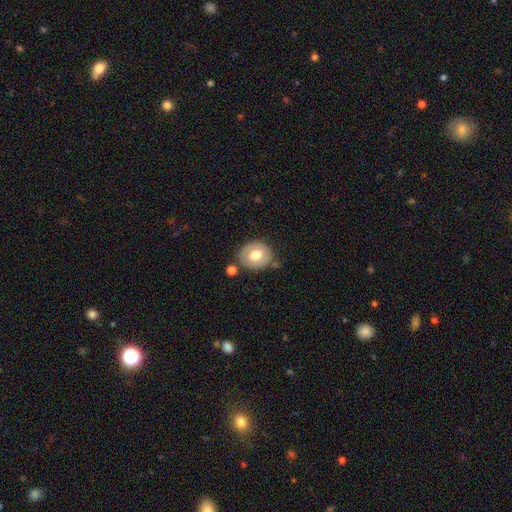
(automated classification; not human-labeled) Smooth or featured: smooth — 58% (featured or disk — 33%)
How rounded: round — 68% (in between — 31%)
Merging: none — 74% (minor disturbance — 16%)